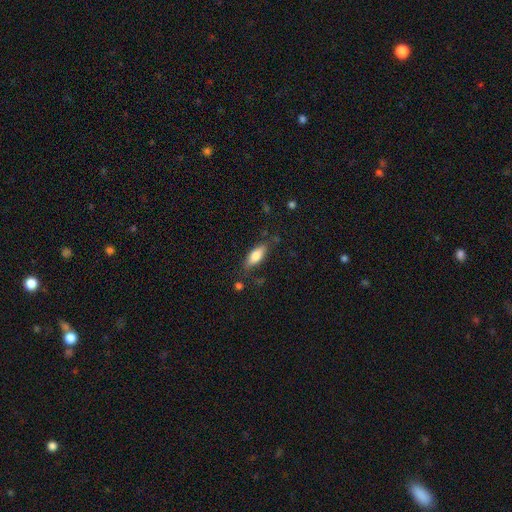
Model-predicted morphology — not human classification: Smooth or featured?
  - smooth: 75% *
  - featured or disk: 18%
  - star or artifact: 7%
How rounded?
  - in between: 73% *
  - cigar-shaped: 24%
  - round: 2%
Merging?
  - none: 72% *
  - minor disturbance: 19%
  - major disturbance: 5%
  - merger: 3%